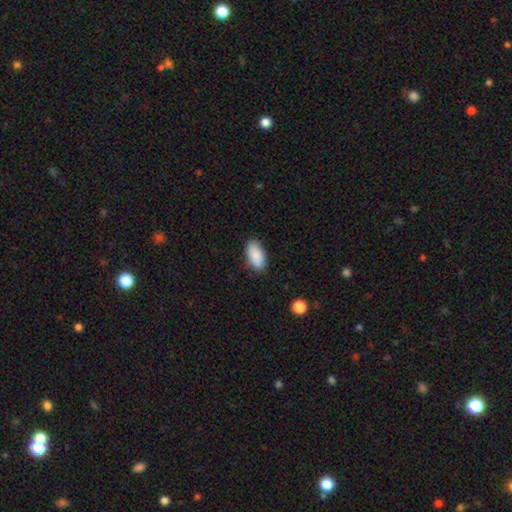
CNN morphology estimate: Smooth or featured? Predicted: smooth (p=0.89). How rounded? Predicted: in between (p=0.91). Merging? Predicted: none (p=0.83).